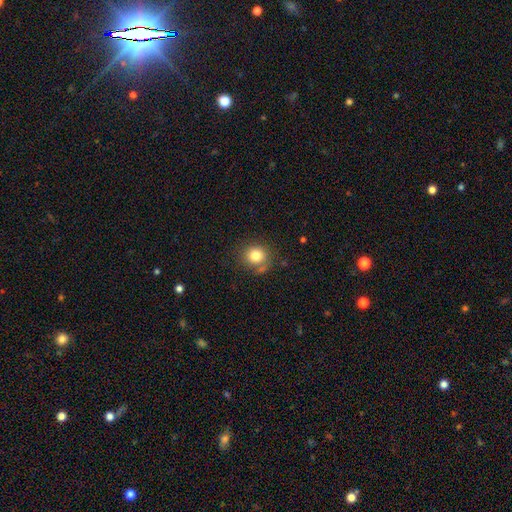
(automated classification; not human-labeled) Smooth or featured: smooth — 80% (star or artifact — 11%)
How rounded: round — 84% (in between — 15%)
Merging: none — 73% (minor disturbance — 15%)